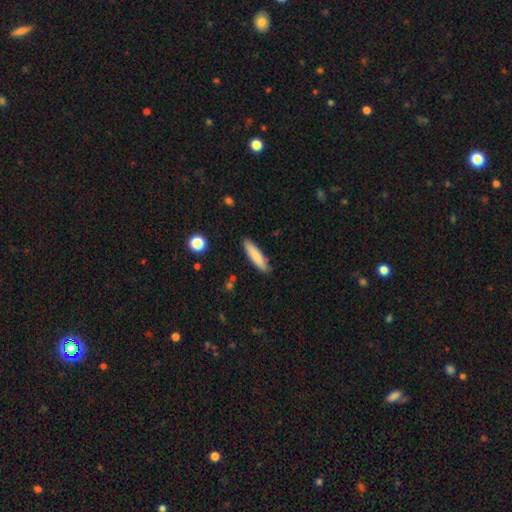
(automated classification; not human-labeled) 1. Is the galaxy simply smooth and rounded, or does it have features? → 83% smooth, 11% featured or disk, 6% star or artifact.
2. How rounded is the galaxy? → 76% cigar-shaped, 22% in between, 1% round.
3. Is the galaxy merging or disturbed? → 87% none, 10% minor disturbance, 2% major disturbance, 1% merger.